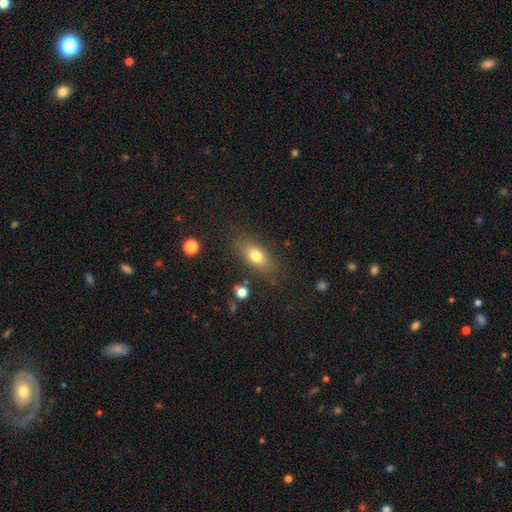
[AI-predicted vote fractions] smooth_or_featured: smooth (p=0.76) [alt: featured or disk p=0.14]
how_rounded: in between (p=0.80) [alt: round p=0.10]
merging: none (p=0.79) [alt: minor disturbance p=0.14]